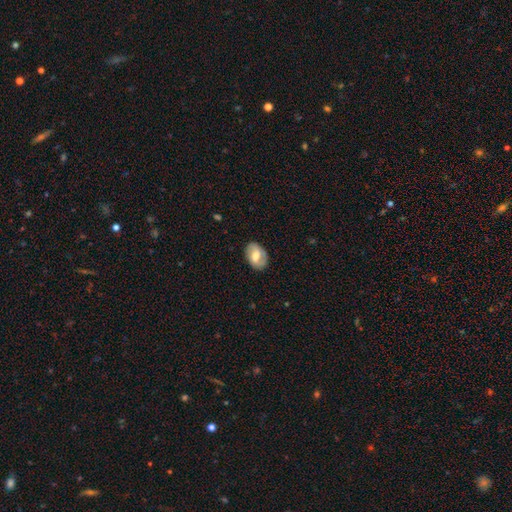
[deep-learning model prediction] Smooth or featured? featured or disk (53%)
Edge-on disk? no (95%)
Bar? weak (46%)
Spiral arms? yes (71%)
Bulge size? moderate (59%)
Merging? none (81%)